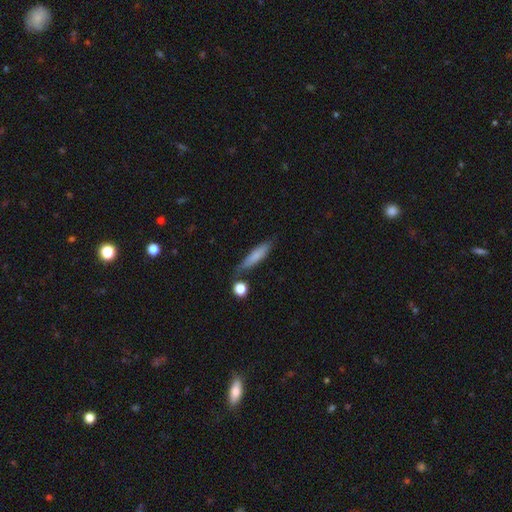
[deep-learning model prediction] Q: Smooth or featured?
A: smooth (75%); runner-up: featured or disk (18%)
Q: How rounded?
A: cigar-shaped (75%); runner-up: in between (22%)
Q: Merging?
A: none (67%); runner-up: minor disturbance (21%)